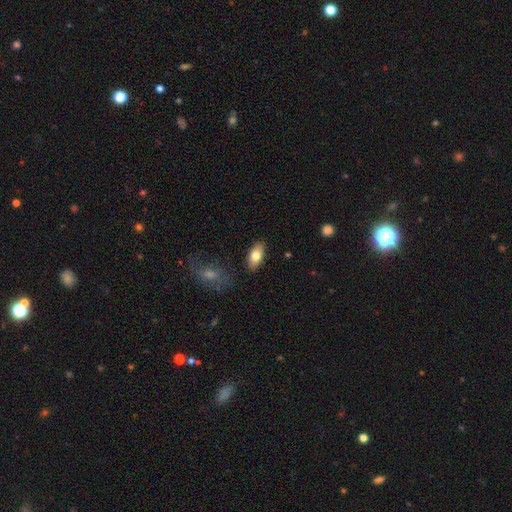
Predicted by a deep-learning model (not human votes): Overall: smooth (78%). How rounded: in between (91%). Merging: none (85%).